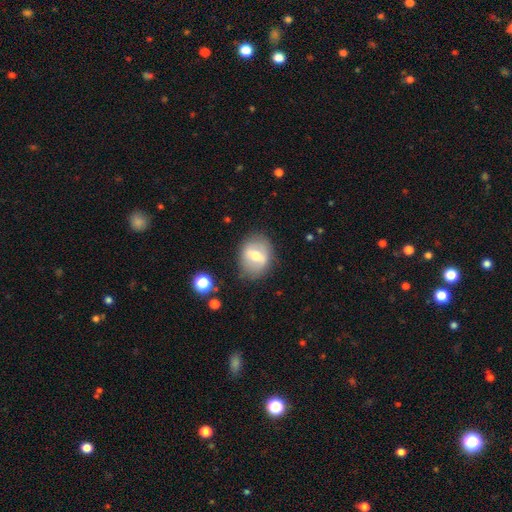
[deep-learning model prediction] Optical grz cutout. It shows a featured or disk galaxy (46%, tied with smooth). Merging: none (78%).